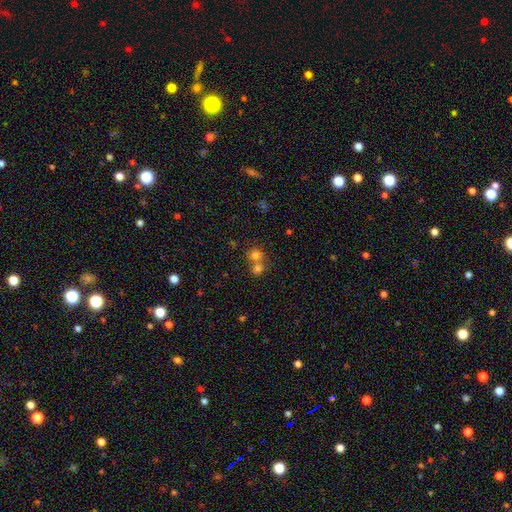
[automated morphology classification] smooth_or_featured: smooth (p=0.74) [alt: star or artifact p=0.15]
how_rounded: round (p=0.84) [alt: in between p=0.15]
merging: merger (p=0.53) [alt: none p=0.40]